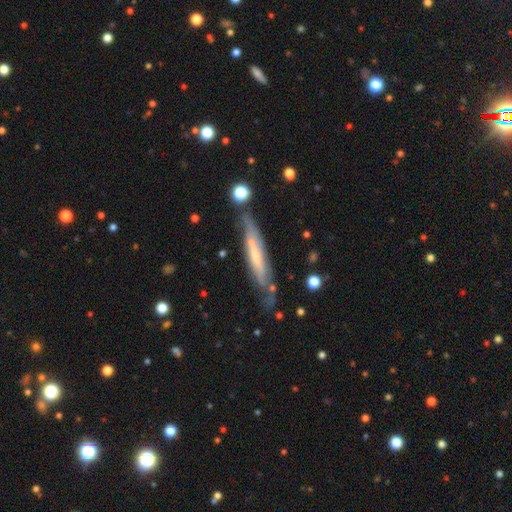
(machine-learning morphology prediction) The model was most divided on "smooth or featured": featured or disk: 61%, smooth: 33%, star or artifact: 6%. More confident: edge-on disk — yes (68%); merging — none (61%).